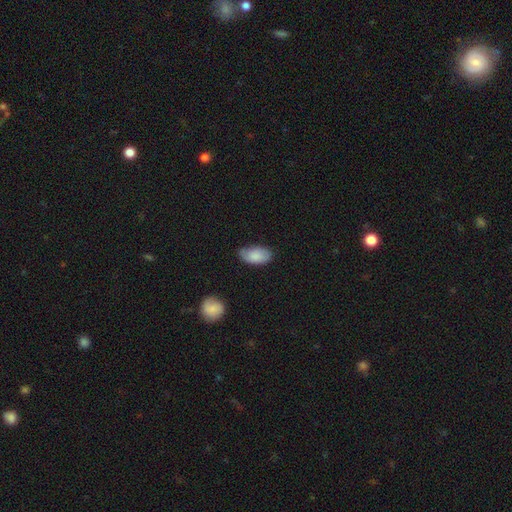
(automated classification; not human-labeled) Morphology: type=smooth (81%); roundness=in between (94%); merging=none (63%).